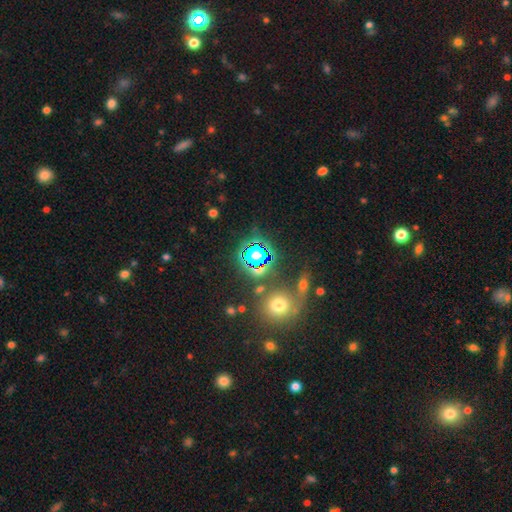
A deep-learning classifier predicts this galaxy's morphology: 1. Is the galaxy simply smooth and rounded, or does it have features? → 63% star or artifact, 25% smooth, 12% featured or disk.